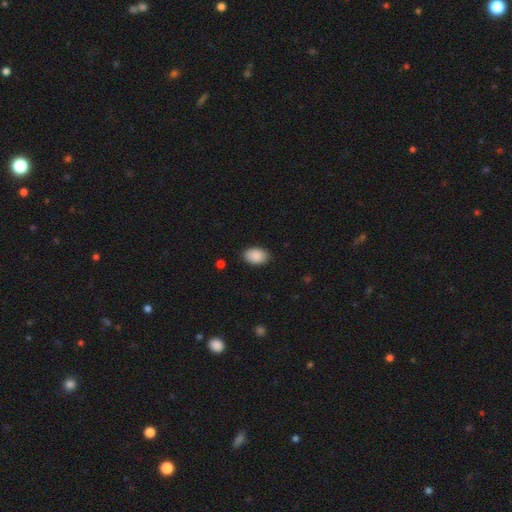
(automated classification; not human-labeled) A smooth galaxy with no disk features (90%) that is in between round and cigar-shaped (89%). Merging: none (85%).